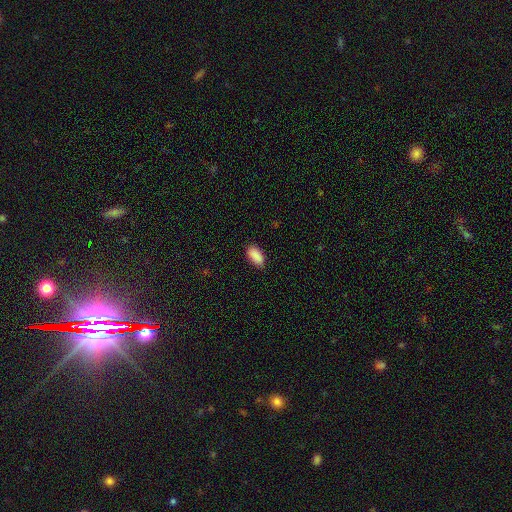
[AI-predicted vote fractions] A smooth galaxy with no disk features (90%) that is in between round and cigar-shaped (93%). Merging: none (85%).